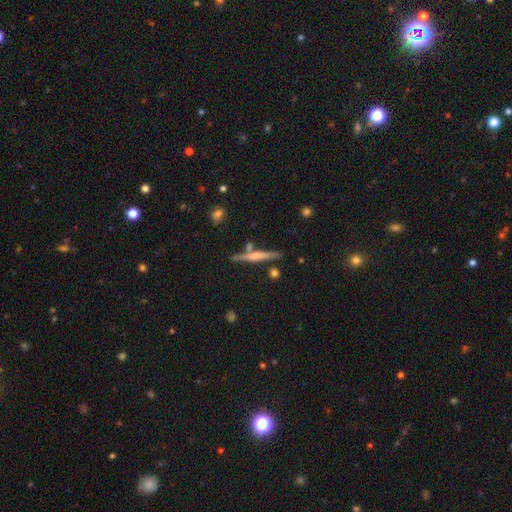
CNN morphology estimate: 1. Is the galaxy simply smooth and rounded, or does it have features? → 56% featured or disk, 38% smooth, 7% star or artifact.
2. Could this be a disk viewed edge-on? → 96% yes, 4% no.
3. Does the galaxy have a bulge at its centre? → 52% rounded, 31% none, 18% boxy.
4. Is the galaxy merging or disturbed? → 77% none, 11% minor disturbance, 9% merger, 3% major disturbance.